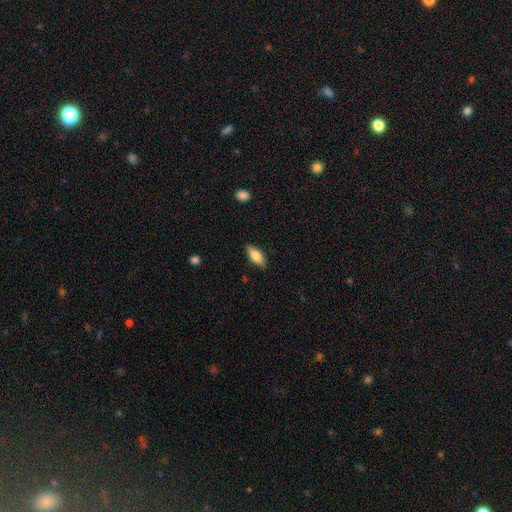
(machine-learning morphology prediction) smooth_or_featured: smooth (p=0.71) [alt: featured or disk p=0.22]
how_rounded: in between (p=0.78) [alt: cigar-shaped p=0.20]
merging: none (p=0.85) [alt: minor disturbance p=0.12]